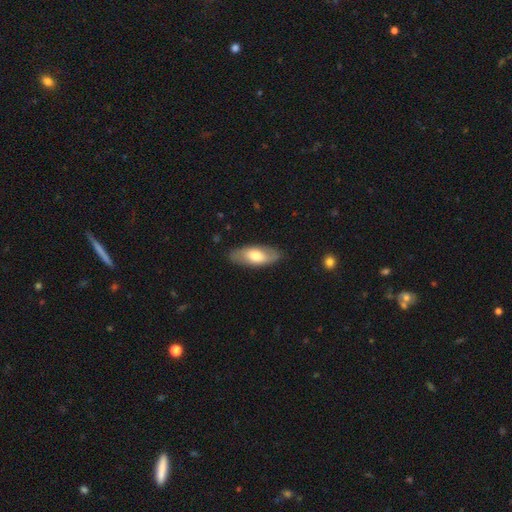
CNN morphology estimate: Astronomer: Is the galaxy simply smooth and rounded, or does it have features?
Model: smooth — 63%.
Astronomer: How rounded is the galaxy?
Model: in between — 83%.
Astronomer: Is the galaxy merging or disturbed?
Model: none — 83%.